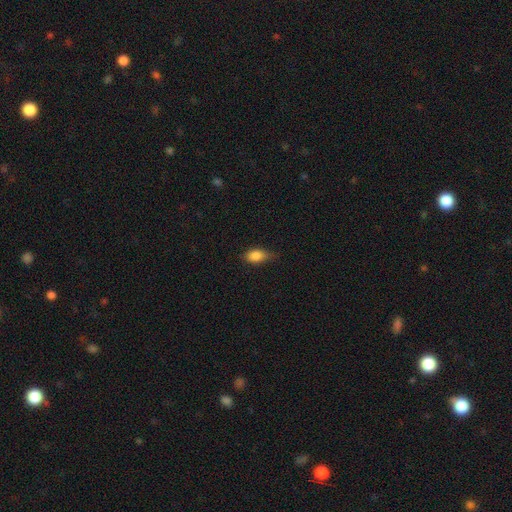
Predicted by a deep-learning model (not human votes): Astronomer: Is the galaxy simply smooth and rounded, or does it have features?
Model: smooth — 85%.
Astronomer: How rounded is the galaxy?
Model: in between — 82%.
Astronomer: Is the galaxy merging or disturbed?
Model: none — 58% (runner-up: minor disturbance, 34%).